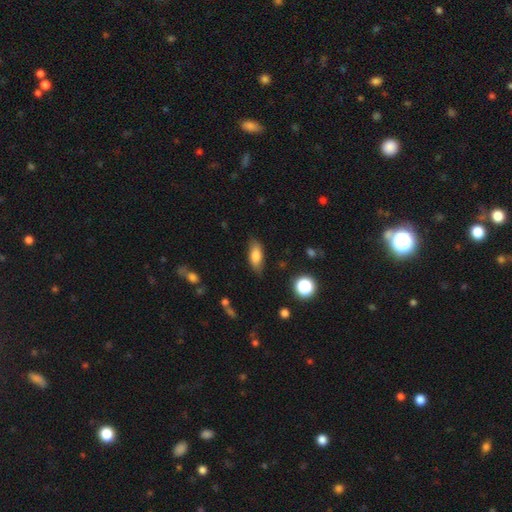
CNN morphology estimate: Q: Smooth or featured?
A: smooth (77%); runner-up: featured or disk (15%)
Q: How rounded?
A: in between (77%); runner-up: cigar-shaped (20%)
Q: Merging?
A: none (79%); runner-up: minor disturbance (16%)